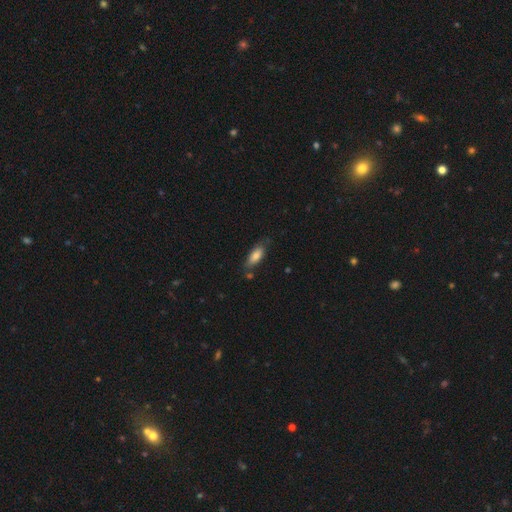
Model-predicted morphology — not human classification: A smooth galaxy with no disk features (80%) that is in between round and cigar-shaped (74%). Merging: none (68%).